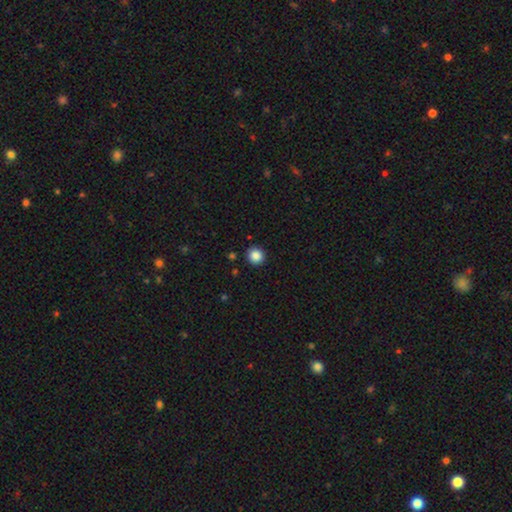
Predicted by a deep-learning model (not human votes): Morphology: type=smooth (86%); roundness=round (94%); merging=none (92%).